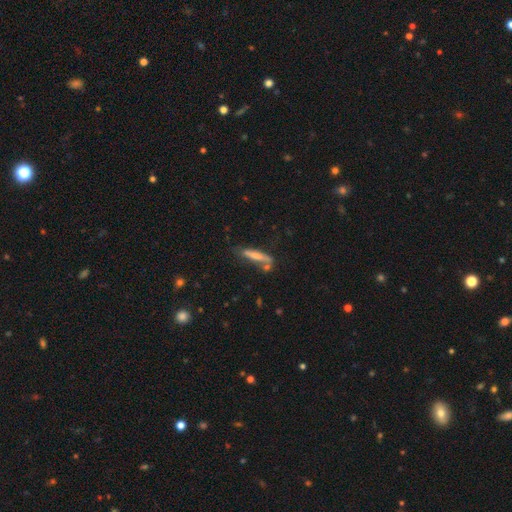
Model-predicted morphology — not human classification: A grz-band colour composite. It shows a smooth galaxy with no disk features (65%) that is cigar-shaped (87%). Merging: none (60%).